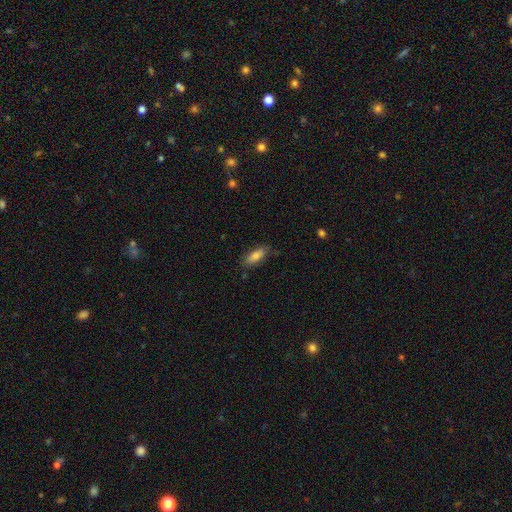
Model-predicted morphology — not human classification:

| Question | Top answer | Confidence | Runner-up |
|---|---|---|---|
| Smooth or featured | smooth | 80% | featured or disk (13%) |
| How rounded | in between | 70% | cigar-shaped (28%) |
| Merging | none | 79% | minor disturbance (16%) |